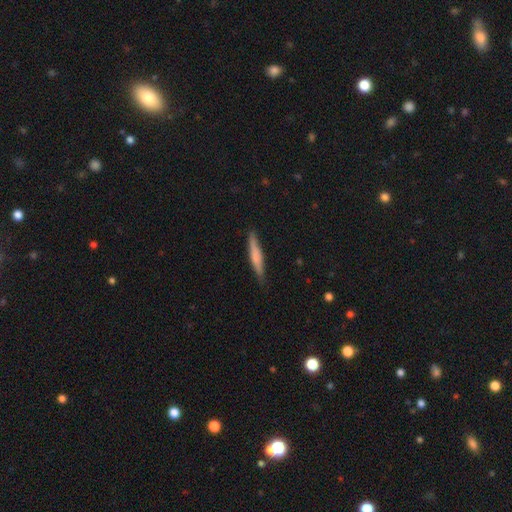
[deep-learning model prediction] Smooth or featured? Predicted: smooth (p=0.61). How rounded? Predicted: cigar-shaped (p=0.92). Merging? Predicted: none (p=0.85).